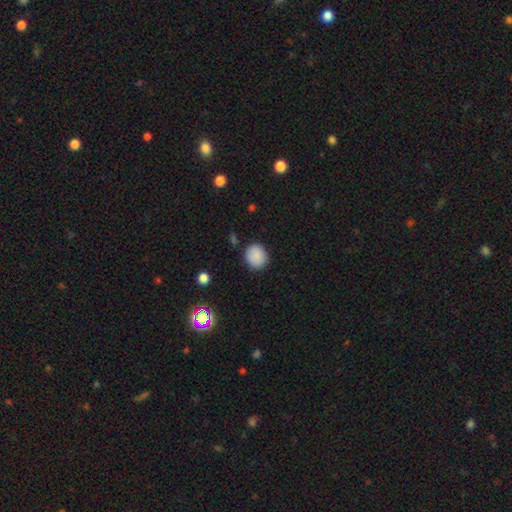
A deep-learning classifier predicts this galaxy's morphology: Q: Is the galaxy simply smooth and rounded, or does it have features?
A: smooth — 88%.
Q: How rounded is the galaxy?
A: round — 85%.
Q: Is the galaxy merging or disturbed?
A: none — 87%.